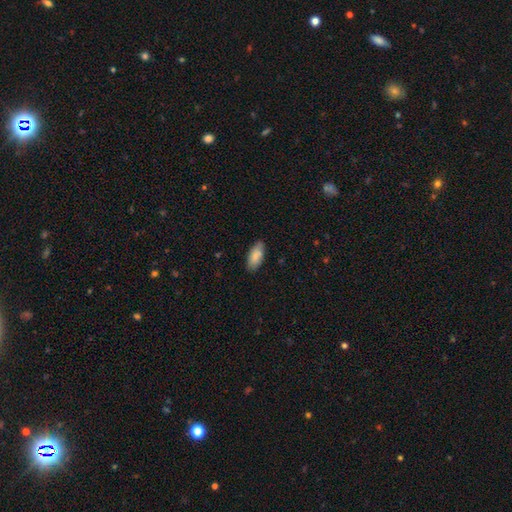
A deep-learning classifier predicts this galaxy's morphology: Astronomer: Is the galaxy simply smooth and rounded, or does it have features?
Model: smooth — 84%.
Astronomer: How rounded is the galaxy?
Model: in between — 87%.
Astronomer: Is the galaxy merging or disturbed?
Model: none — 79%.